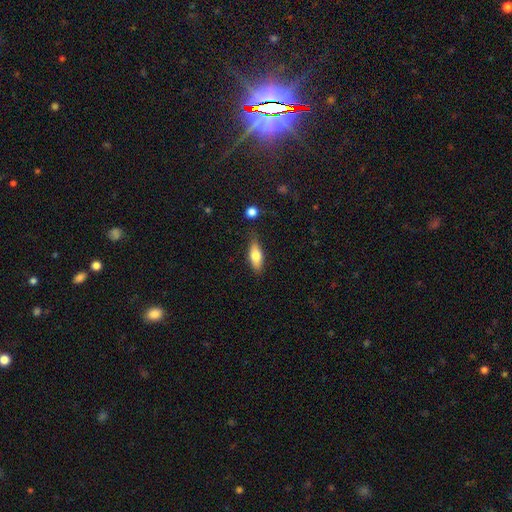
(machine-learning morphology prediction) A smooth galaxy with no disk features (70%) that is in between round and cigar-shaped (69%). Merging: none (74%).